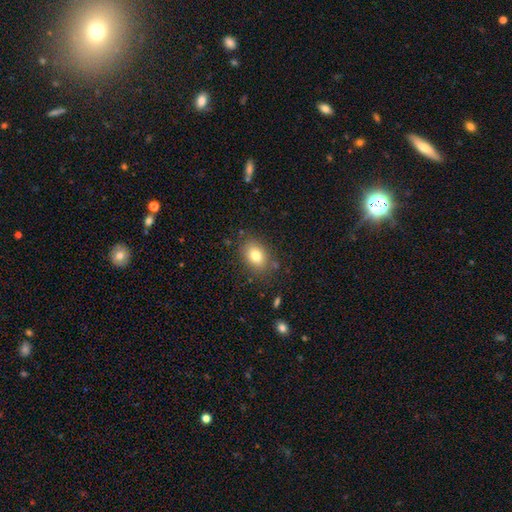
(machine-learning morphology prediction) Smooth or featured?
  - smooth: 79% *
  - featured or disk: 11%
  - star or artifact: 10%
How rounded?
  - in between: 75% *
  - round: 24%
  - cigar-shaped: 1%
Merging?
  - none: 81% *
  - minor disturbance: 13%
  - major disturbance: 4%
  - merger: 2%